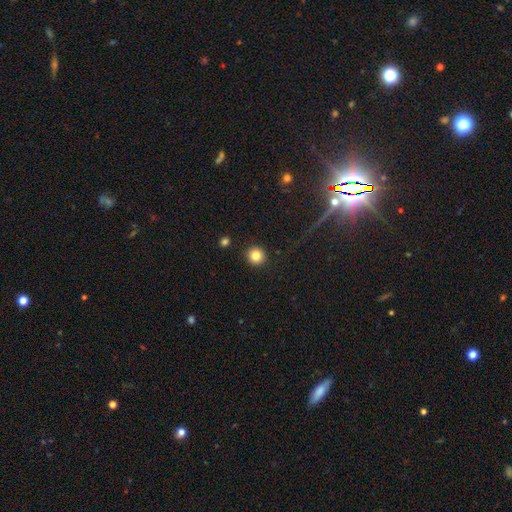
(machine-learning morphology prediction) Smooth or featured? Predicted: smooth (p=0.83). How rounded? Predicted: round (p=0.93). Merging? Predicted: none (p=0.92).